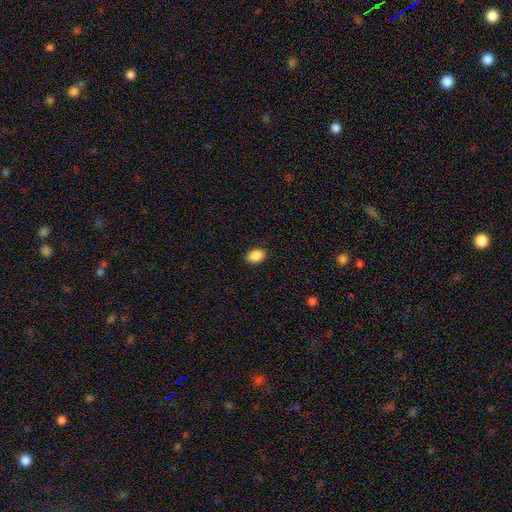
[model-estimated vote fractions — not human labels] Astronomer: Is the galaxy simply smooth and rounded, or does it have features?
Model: smooth — 89%.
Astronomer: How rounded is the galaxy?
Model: in between — 77%.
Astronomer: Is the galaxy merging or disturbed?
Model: none — 88%.